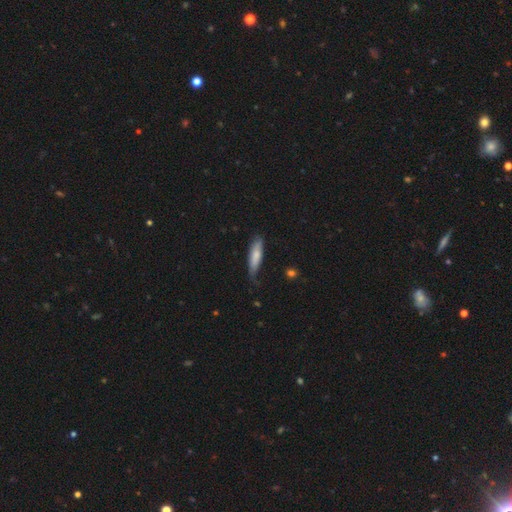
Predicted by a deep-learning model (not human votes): smooth 74%, featured or disk 21%, star or artifact 6%. Down the decision tree: how rounded — cigar-shaped (67%); merging — none (59%).